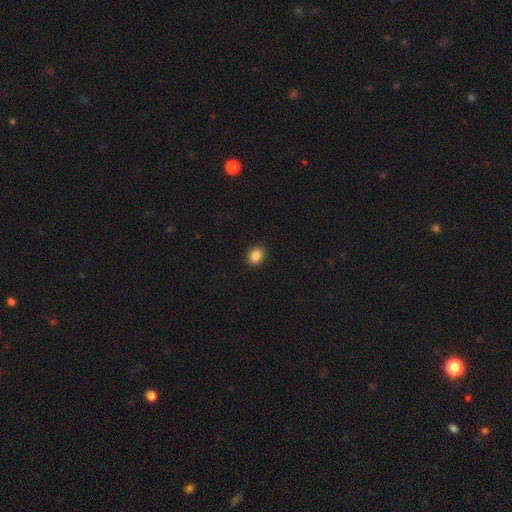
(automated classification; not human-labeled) Smooth or featured?
  - smooth: 86% *
  - star or artifact: 10%
  - featured or disk: 4%
How rounded?
  - round: 54% *
  - in between: 45%
  - cigar-shaped: 1%
Merging?
  - none: 92% *
  - minor disturbance: 6%
  - major disturbance: 2%
  - merger: 1%